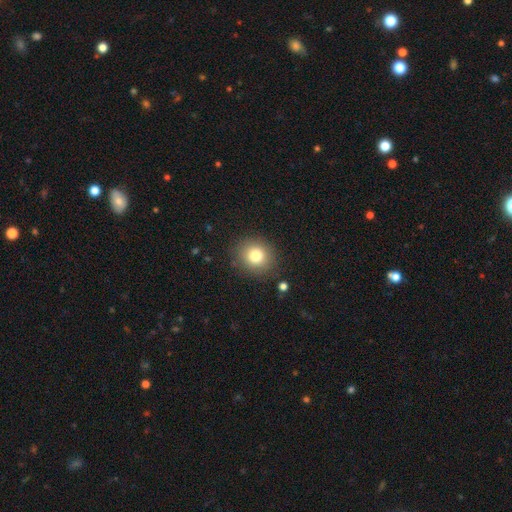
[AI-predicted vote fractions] A smooth galaxy with no disk features (80%) that is round (81%). Merging: none (87%).